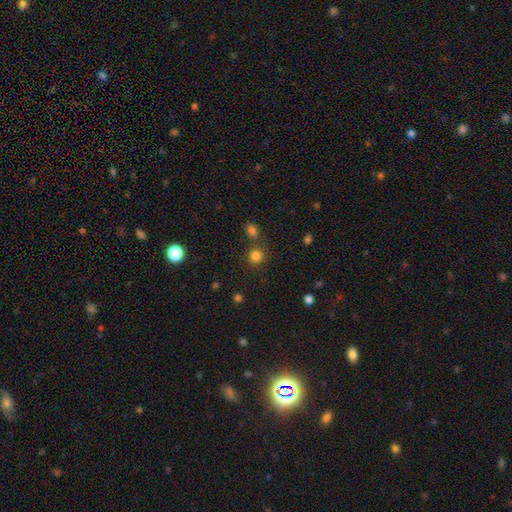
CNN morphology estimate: smooth_or_featured: smooth (p=0.79) [alt: star or artifact p=0.16]
how_rounded: round (p=0.88) [alt: in between p=0.11]
merging: none (p=0.73) [alt: merger p=0.16]